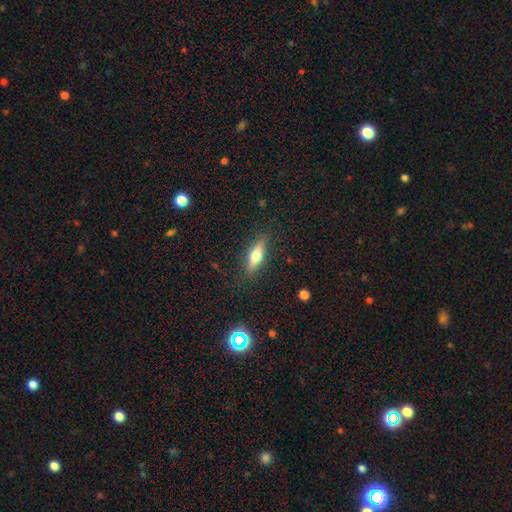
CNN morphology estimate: This is possibly a smooth galaxy (51%). How rounded: possibly cigar-shaped (56%). Merging: clearly none (86%).